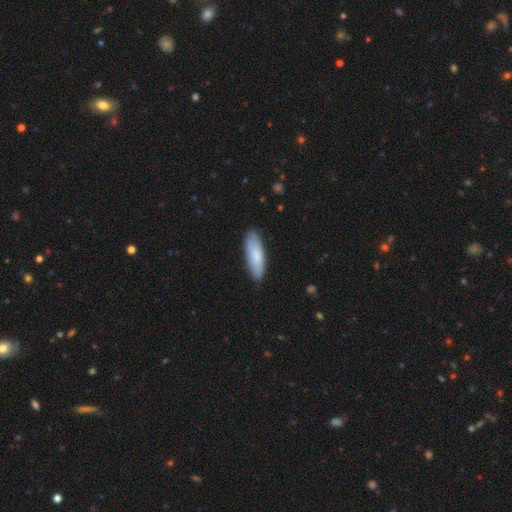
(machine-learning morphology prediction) smooth 79%, featured or disk 16%, star or artifact 5%. Down the decision tree: how rounded — in between (52%); merging — none (84%).